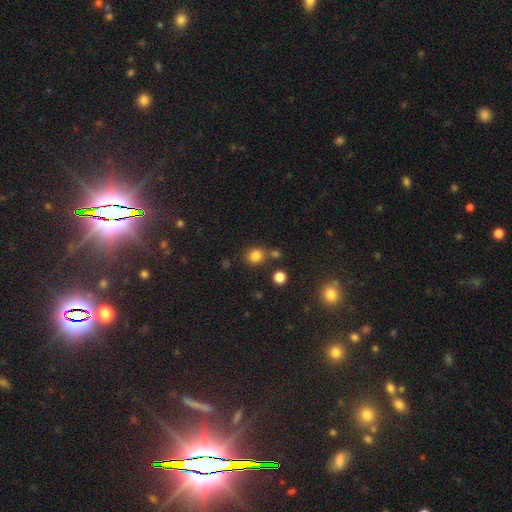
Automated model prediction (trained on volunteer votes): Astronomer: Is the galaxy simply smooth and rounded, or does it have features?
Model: smooth — 82%.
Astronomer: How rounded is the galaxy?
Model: round — 81%.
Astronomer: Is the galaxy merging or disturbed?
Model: none — 75%.